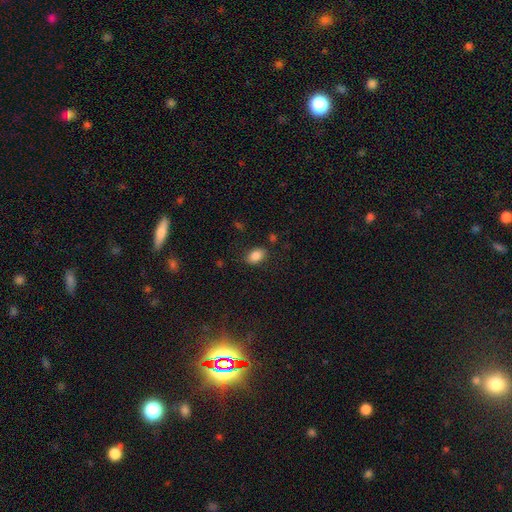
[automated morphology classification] Smooth or featured? smooth (86%)
How rounded? in between (85%)
Merging? none (82%)